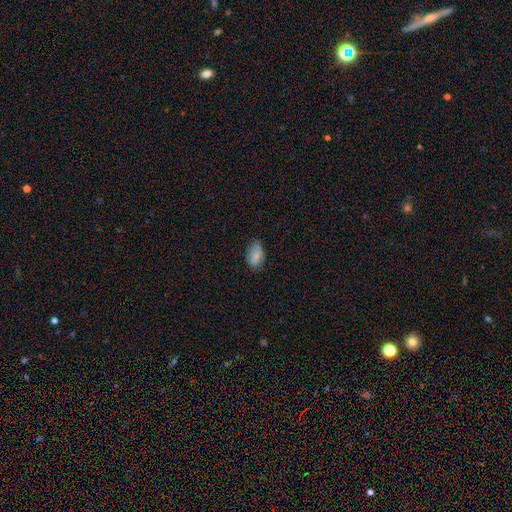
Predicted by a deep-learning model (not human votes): Morphology: type=smooth (77%); roundness=in between (91%); merging=none (67%).